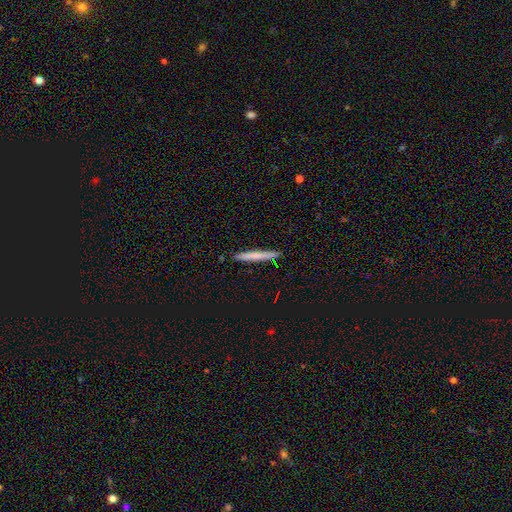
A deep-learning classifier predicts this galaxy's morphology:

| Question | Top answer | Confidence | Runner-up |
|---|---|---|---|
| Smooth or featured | smooth | 67% | featured or disk (28%) |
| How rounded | cigar-shaped | 97% | in between (2%) |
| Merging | none | 91% | minor disturbance (7%) |